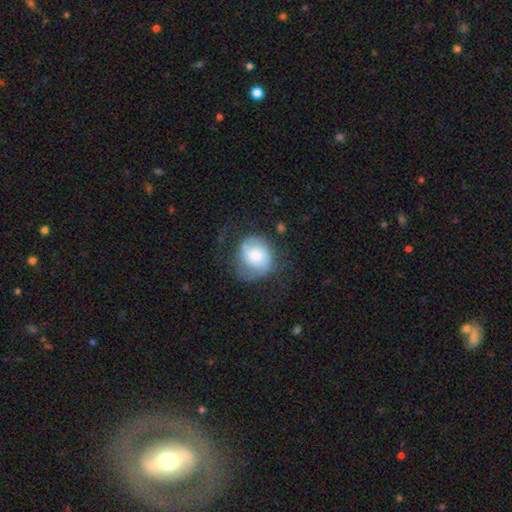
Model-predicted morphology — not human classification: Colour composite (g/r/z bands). It shows a featured or disk galaxy (58%) with no bar (60%), spiral arms (88%) and a moderate central bulge (42%). Merging: none (57%).